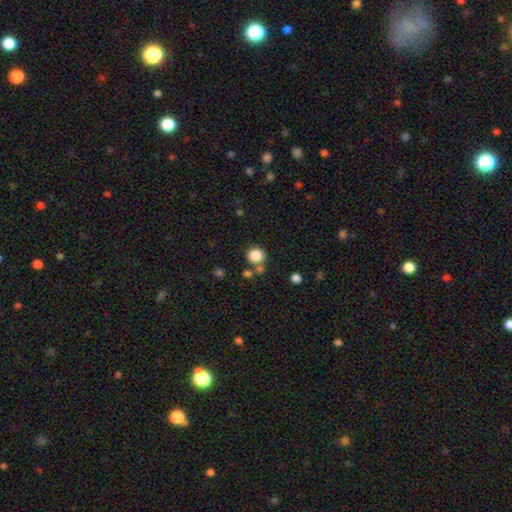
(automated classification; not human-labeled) Q: Smooth or featured?
A: smooth (85%); runner-up: star or artifact (11%)
Q: How rounded?
A: round (88%); runner-up: in between (11%)
Q: Merging?
A: none (70%); runner-up: merger (17%)